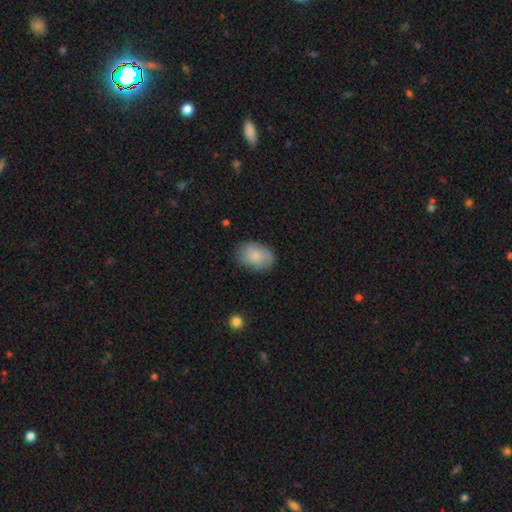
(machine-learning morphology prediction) Smooth or featured: smooth — 80% (featured or disk — 13%)
How rounded: in between — 79% (round — 20%)
Merging: none — 78% (minor disturbance — 17%)